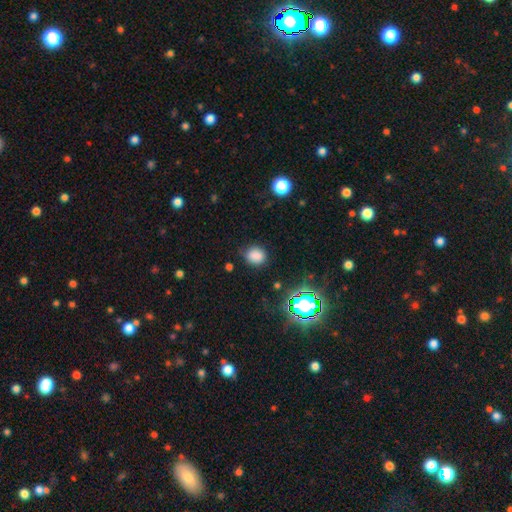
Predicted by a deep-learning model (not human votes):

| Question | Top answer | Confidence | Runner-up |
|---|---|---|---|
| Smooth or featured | smooth | 80% | star or artifact (15%) |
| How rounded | round | 73% | in between (26%) |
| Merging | none | 77% | minor disturbance (16%) |